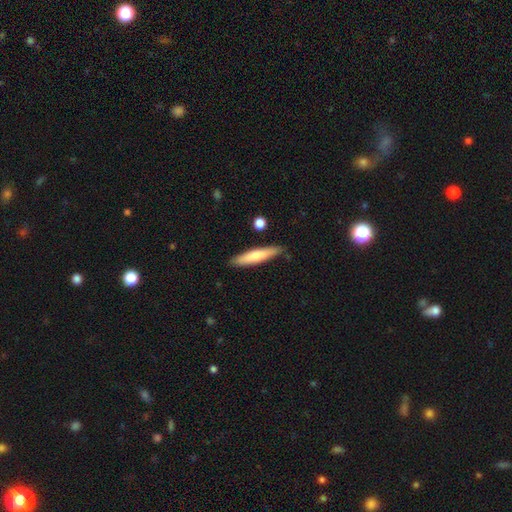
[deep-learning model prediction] Smooth or featured? smooth (69%)
How rounded? cigar-shaped (86%)
Merging? none (85%)